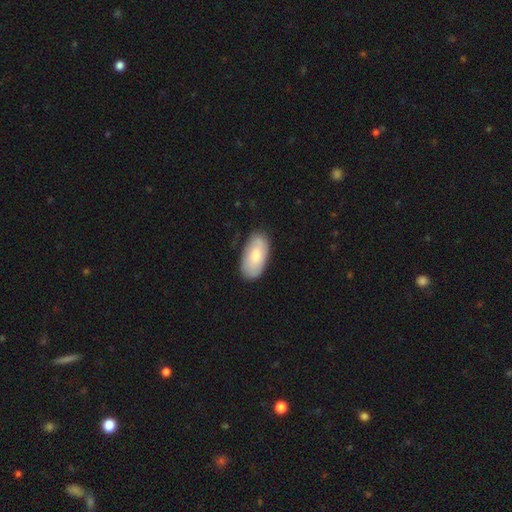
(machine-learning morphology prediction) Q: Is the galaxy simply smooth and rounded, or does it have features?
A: smooth — 72%.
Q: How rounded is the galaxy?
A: in between — 95%.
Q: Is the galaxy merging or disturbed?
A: none — 79%.